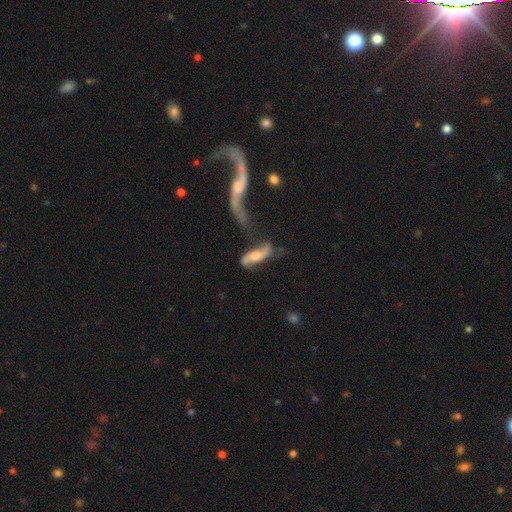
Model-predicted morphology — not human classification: This is likely a featured or disk galaxy (69%). It is clearly not viewed edge-on (83%). Bar: possibly no (53%). Spiral arm pattern: clearly yes (87%). Central bulge: marginally moderate (43%). Merging: marginally none (35%).